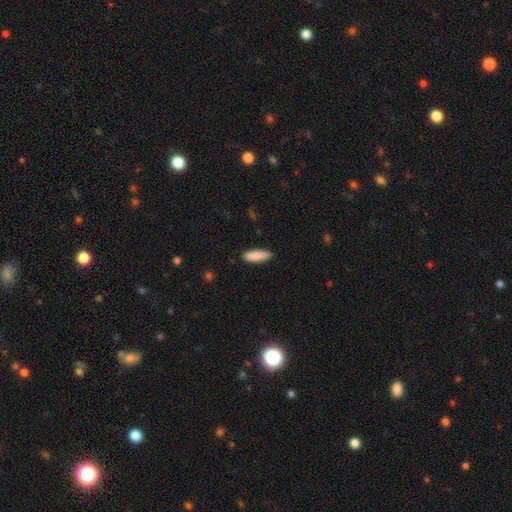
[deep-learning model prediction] Overall: smooth (89%). How rounded: cigar-shaped (56%; in between 43%). Merging: none (88%).